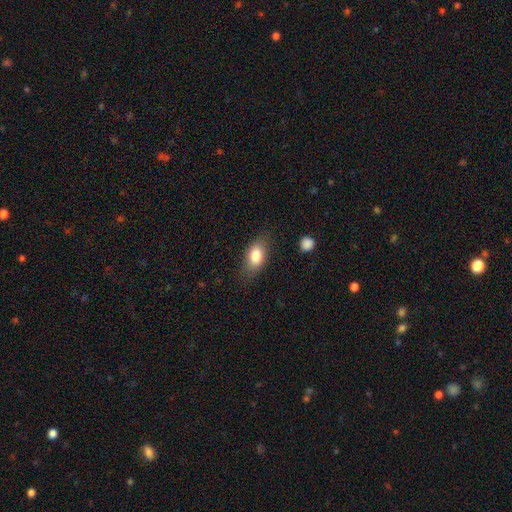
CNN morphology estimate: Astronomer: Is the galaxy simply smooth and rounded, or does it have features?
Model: smooth — 81%.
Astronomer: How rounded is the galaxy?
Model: in between — 86%.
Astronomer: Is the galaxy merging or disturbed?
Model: none — 77%.